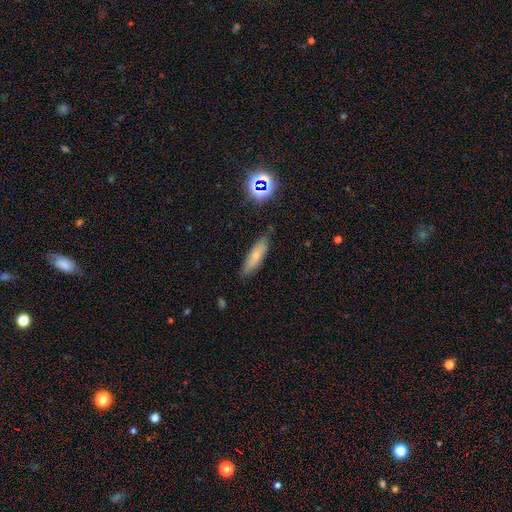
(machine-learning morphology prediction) This appears to be a smooth galaxy with no disk features (63%) that is cigar-shaped (63%). Merging: none (81%).